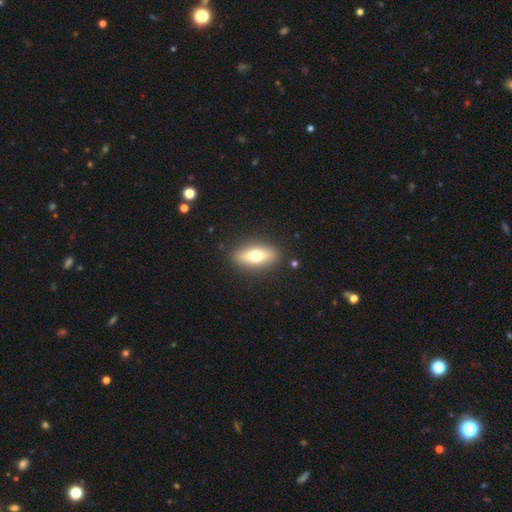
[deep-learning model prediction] Q: Smooth or featured?
A: smooth (62%); runner-up: featured or disk (31%)
Q: How rounded?
A: in between (72%); runner-up: cigar-shaped (23%)
Q: Merging?
A: none (88%); runner-up: minor disturbance (8%)